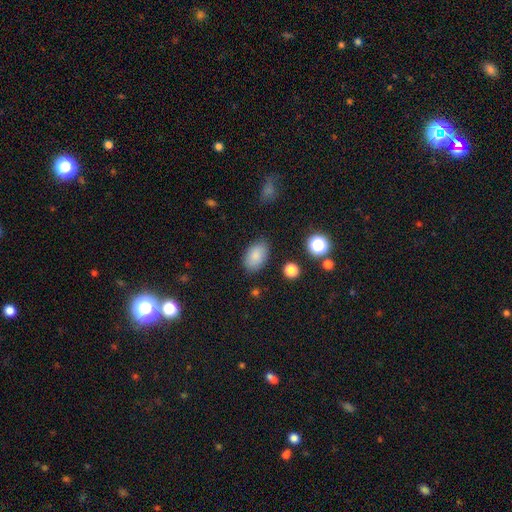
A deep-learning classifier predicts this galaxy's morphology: smooth 85%, star or artifact 8%, featured or disk 7%. Down the decision tree: how rounded — in between (90%); merging — none (82%).